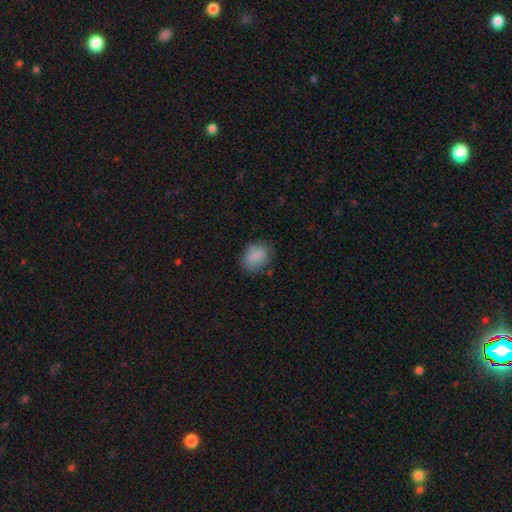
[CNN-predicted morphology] This appears to be a smooth galaxy with no disk features (84%) that is in between round and cigar-shaped (67%). Merging: none (74%).